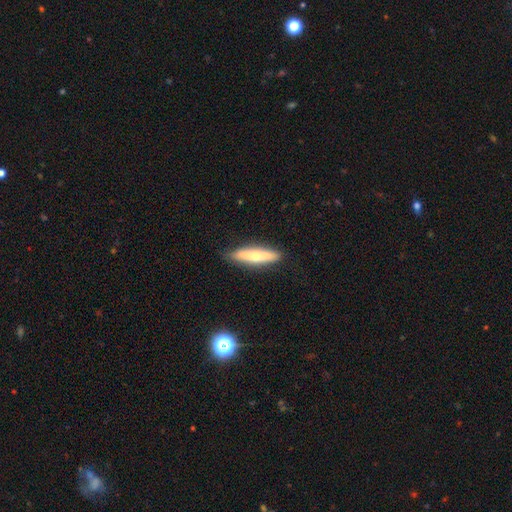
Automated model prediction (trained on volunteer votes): Smooth or featured? Predicted: smooth (p=0.64). How rounded? Predicted: cigar-shaped (p=0.83). Merging? Predicted: none (p=0.88).